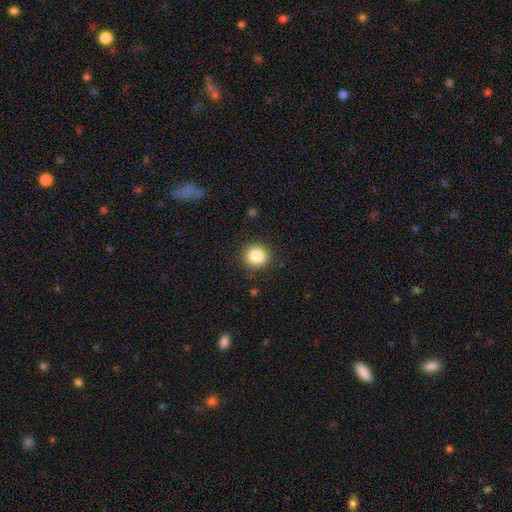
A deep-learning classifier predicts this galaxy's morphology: smooth_or_featured: smooth (p=0.85) [alt: star or artifact p=0.09]
how_rounded: round (p=0.87) [alt: in between p=0.12]
merging: none (p=0.87) [alt: minor disturbance p=0.09]